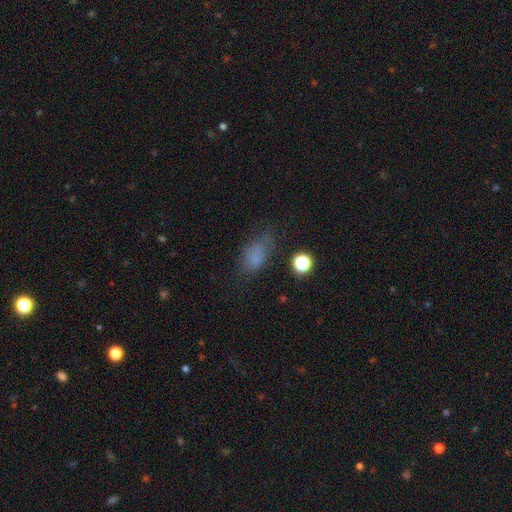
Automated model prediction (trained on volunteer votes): smooth 74%, star or artifact 15%, featured or disk 11%. Down the decision tree: how rounded — in between (83%); merging — none (60%).